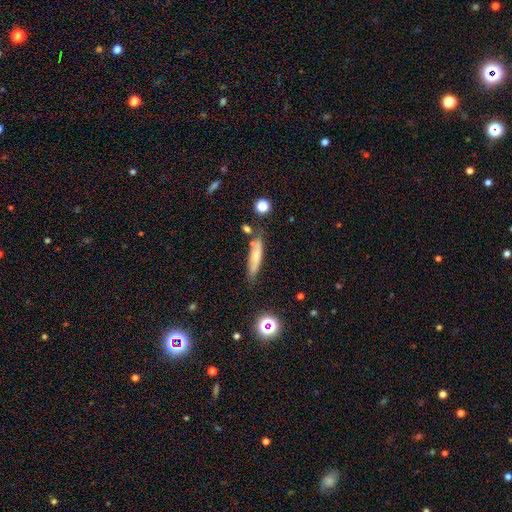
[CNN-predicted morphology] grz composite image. It shows a smooth galaxy with no disk features (57%) that is cigar-shaped (77%). Merging: none (70%).